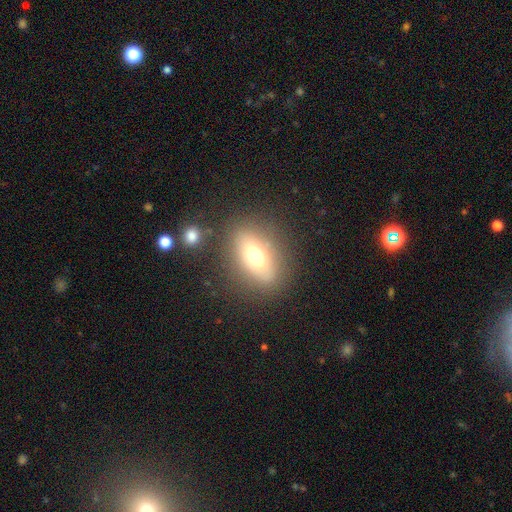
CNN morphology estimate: A smooth galaxy with no disk features (62%) that is in between round and cigar-shaped (75%).

Vote fractions:
- Smooth or featured? smooth: 62% / featured or disk: 27% / star or artifact: 11%
- How rounded? in between: 75% / round: 16% / cigar-shaped: 10%
- Merging? none: 80% / minor disturbance: 12% / major disturbance: 5% / merger: 3%